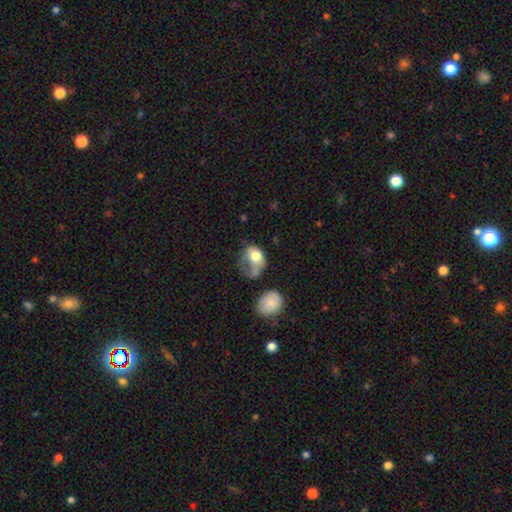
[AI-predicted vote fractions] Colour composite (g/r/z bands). It shows a smooth galaxy with no disk features (66%) that is in between round and cigar-shaped (58%). Merging: major disturbance (50%).